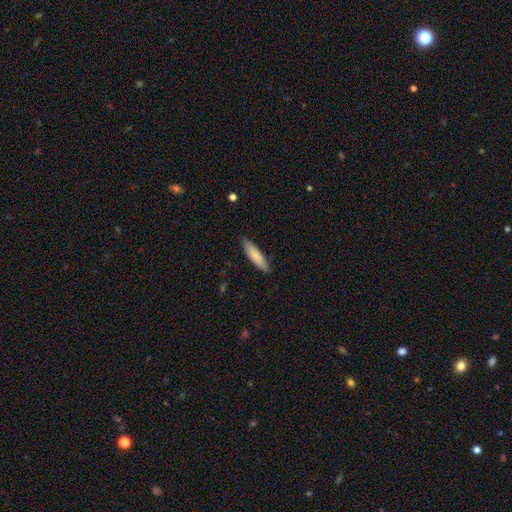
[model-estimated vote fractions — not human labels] Smooth or featured? smooth (81%)
How rounded? cigar-shaped (71%)
Merging? none (85%)